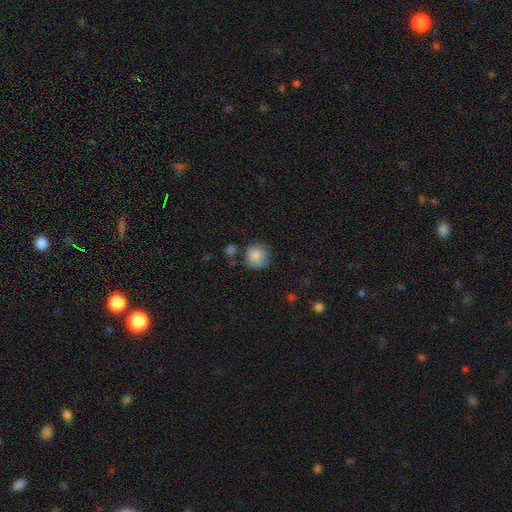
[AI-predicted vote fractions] smooth-or-featured: smooth: 86% | star or artifact: 8% | featured or disk: 6%
  how-rounded: round: 88% | in between: 11% | cigar-shaped: 1%
  merging: none: 68% | minor disturbance: 20% | major disturbance: 6% | merger: 6%